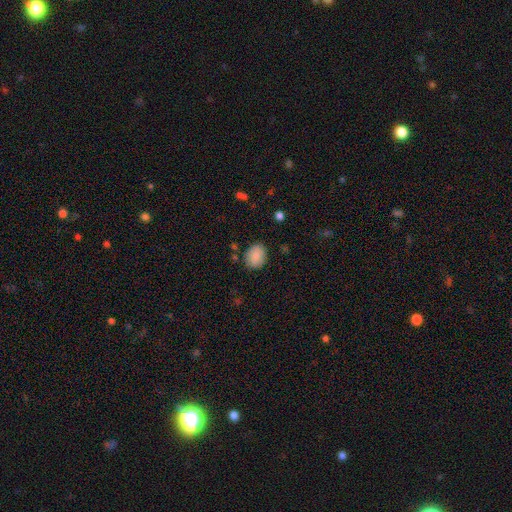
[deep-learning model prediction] Smooth or featured?
  - smooth: 87% *
  - star or artifact: 8%
  - featured or disk: 6%
How rounded?
  - in between: 58% *
  - round: 41%
  - cigar-shaped: 1%
Merging?
  - none: 82% *
  - minor disturbance: 12%
  - major disturbance: 3%
  - merger: 2%